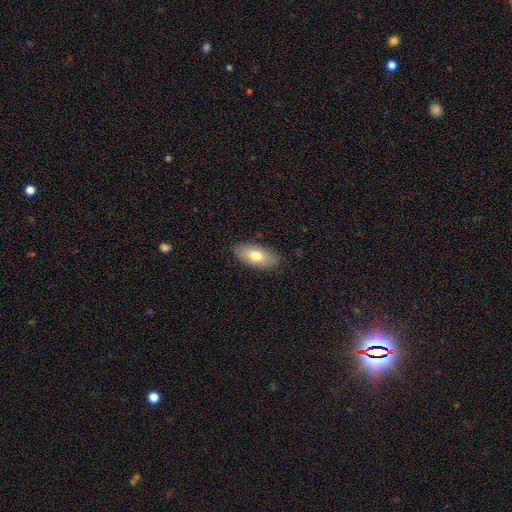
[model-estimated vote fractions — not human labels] Overall: smooth (75%). How rounded: in between (90%). Merging: none (85%).